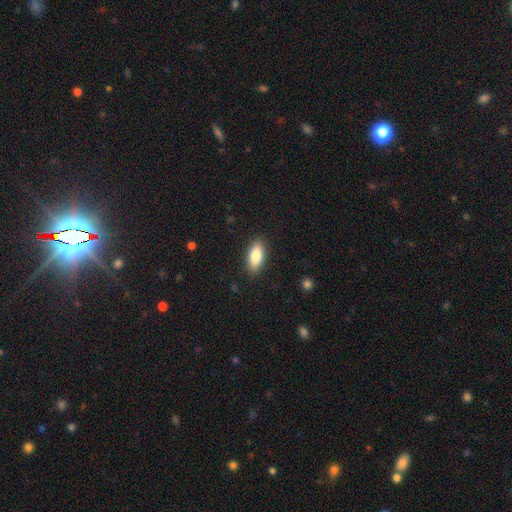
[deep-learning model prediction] Q: Smooth or featured?
A: smooth (83%); runner-up: featured or disk (10%)
Q: How rounded?
A: in between (81%); runner-up: cigar-shaped (16%)
Q: Merging?
A: none (88%); runner-up: minor disturbance (9%)